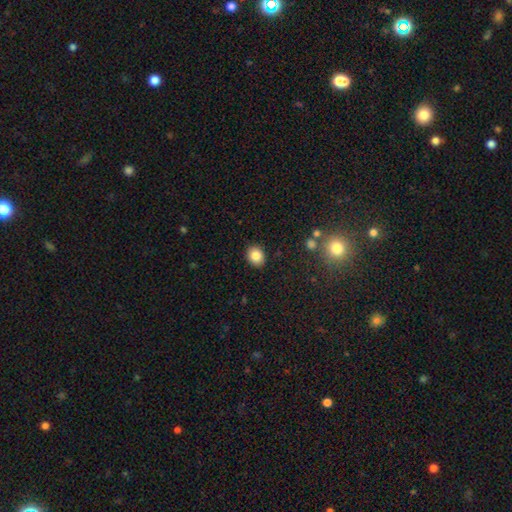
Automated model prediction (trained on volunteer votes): Morphology: type=smooth (83%); roundness=round (58%); merging=none (90%).